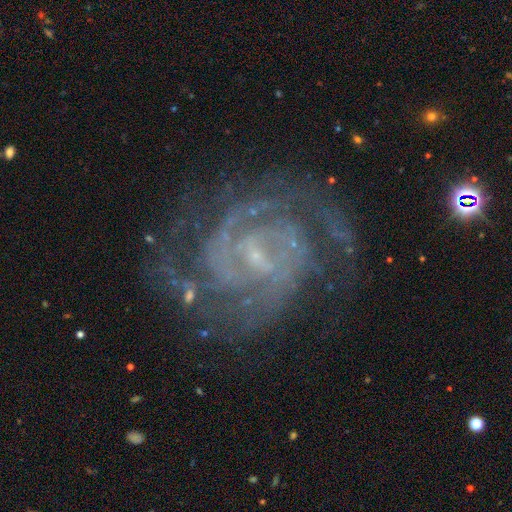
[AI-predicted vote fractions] Smooth or featured? Predicted: featured or disk (p=0.90). Edge-on disk? Predicted: no (p=0.98). Bar? Predicted: weak (p=0.51). Spiral arms? Predicted: yes (p=0.98). Spiral winding? Predicted: tight (p=0.61). Spiral arm count? Predicted: 2 (p=0.50). Bulge size? Predicted: small (p=0.74). Merging? Predicted: none (p=0.74).